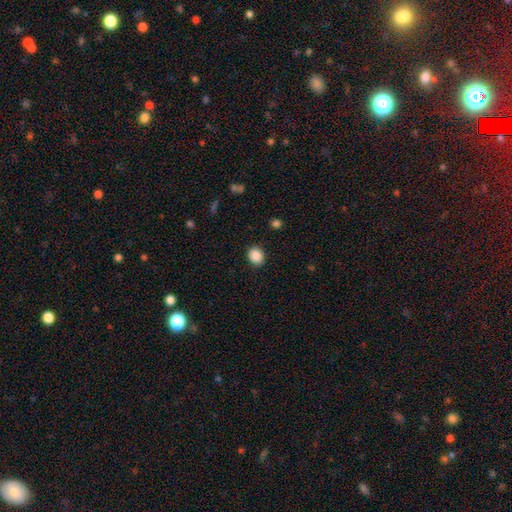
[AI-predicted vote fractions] Smooth or featured? Predicted: smooth (p=0.89). How rounded? Predicted: round (p=0.61). Merging? Predicted: none (p=0.90).